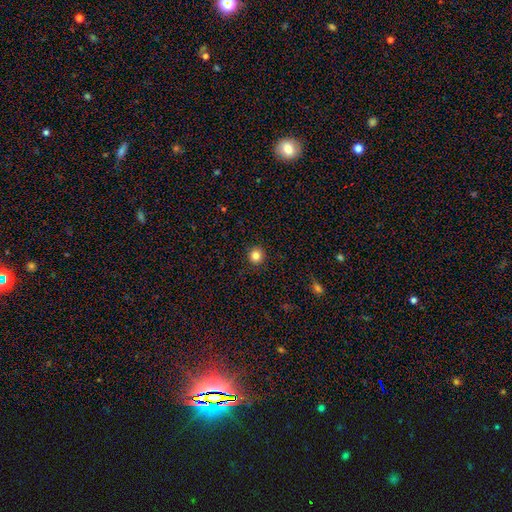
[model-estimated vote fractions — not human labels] A smooth galaxy with no disk features (84%) that is round (93%).

Vote fractions:
- Smooth or featured? smooth: 84% / star or artifact: 11% / featured or disk: 5%
- How rounded? round: 93% / in between: 6% / cigar-shaped: 1%
- Merging? none: 92% / minor disturbance: 5% / major disturbance: 2% / merger: 1%